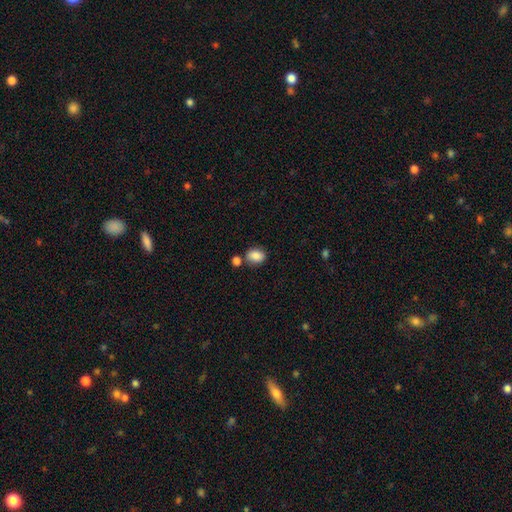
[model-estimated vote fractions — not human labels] A smooth galaxy with no disk features (87%) that is in between round and cigar-shaped (58%). Merging: none (70%).